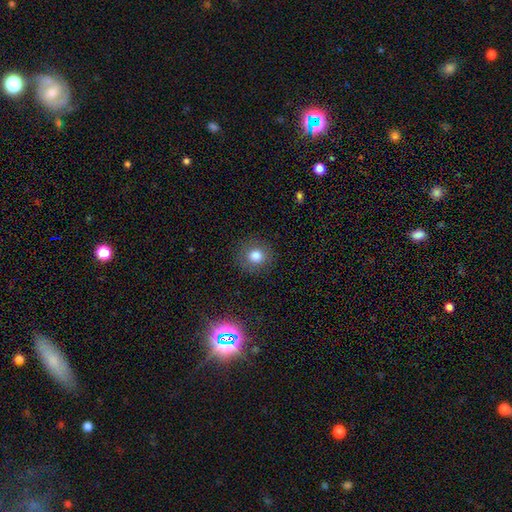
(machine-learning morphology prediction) smooth_or_featured: smooth (p=0.80) [alt: star or artifact p=0.12]
how_rounded: round (p=0.88) [alt: in between p=0.11]
merging: none (p=0.86) [alt: minor disturbance p=0.09]